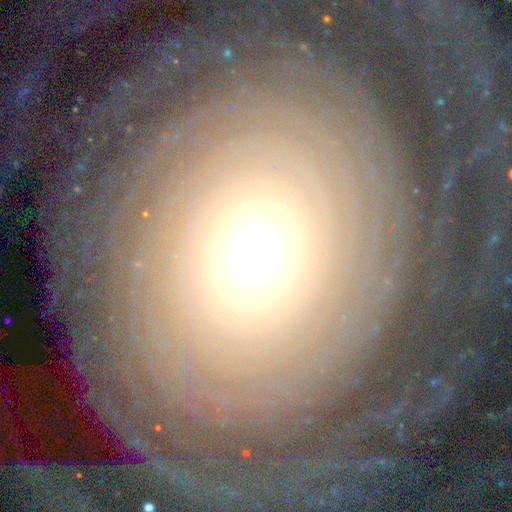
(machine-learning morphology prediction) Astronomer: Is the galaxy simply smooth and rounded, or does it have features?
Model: featured or disk — 58%.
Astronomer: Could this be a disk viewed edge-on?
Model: no — 92%.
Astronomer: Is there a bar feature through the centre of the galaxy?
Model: no — 83%.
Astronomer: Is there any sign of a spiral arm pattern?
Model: yes — 51% (runner-up: no, 49%).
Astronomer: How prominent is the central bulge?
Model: moderate — 52%.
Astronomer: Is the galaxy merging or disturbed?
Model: none — 79%.